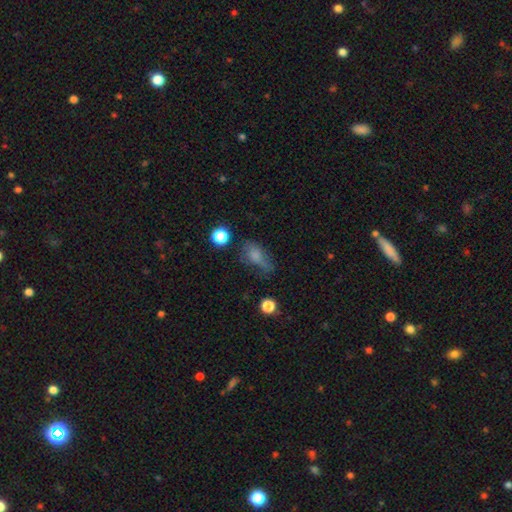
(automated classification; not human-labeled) Smooth or featured?
  - smooth: 69% *
  - star or artifact: 16%
  - featured or disk: 16%
How rounded?
  - in between: 76% *
  - round: 18%
  - cigar-shaped: 6%
Merging?
  - none: 39% *
  - minor disturbance: 31%
  - major disturbance: 25%
  - merger: 5%